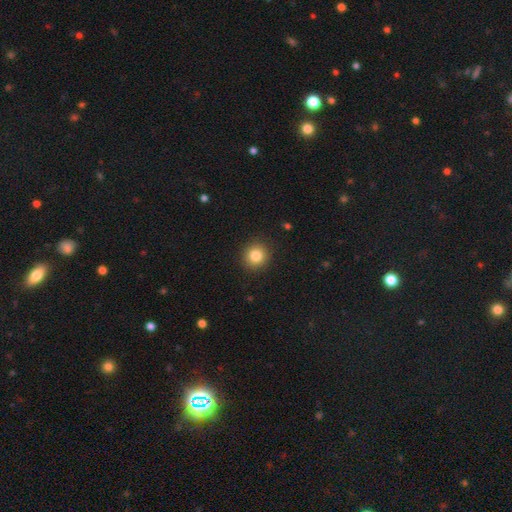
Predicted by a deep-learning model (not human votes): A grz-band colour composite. It shows a smooth galaxy with no disk features (84%) that is round (90%). Merging: none (91%).